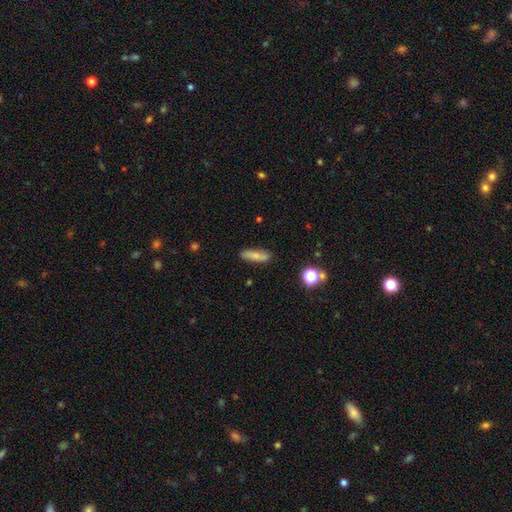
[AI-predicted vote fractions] Smooth or featured? smooth (69%)
How rounded? cigar-shaped (65%)
Merging? none (84%)